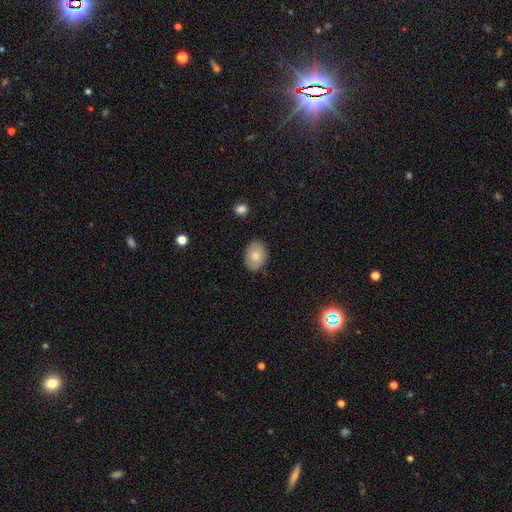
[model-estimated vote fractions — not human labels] The model was most divided on "how rounded": in between: 71%, round: 28%, cigar-shaped: 1%. More confident: merging — none (85%); smooth or featured — smooth (77%).